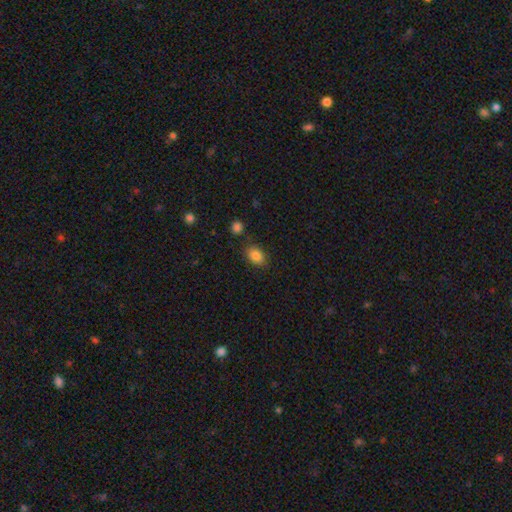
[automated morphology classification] A smooth galaxy with no disk features (84%) that is in between round and cigar-shaped (76%).

Vote fractions:
- Smooth or featured? smooth: 84% / star or artifact: 9% / featured or disk: 6%
- How rounded? in between: 76% / round: 23% / cigar-shaped: 1%
- Merging? none: 79% / minor disturbance: 13% / merger: 5% / major disturbance: 3%